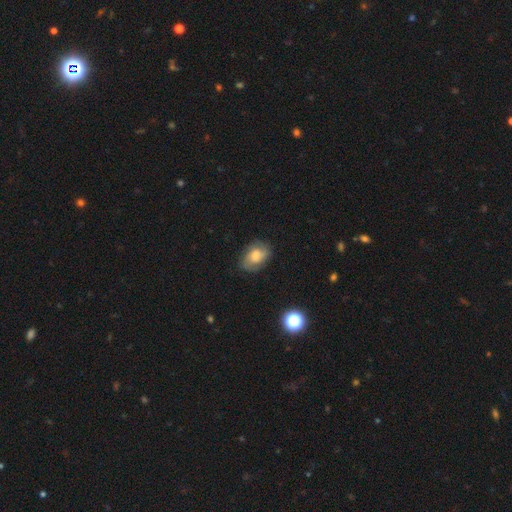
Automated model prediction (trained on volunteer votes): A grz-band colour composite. It shows a smooth galaxy with no disk features (46%). Merging: none (71%).